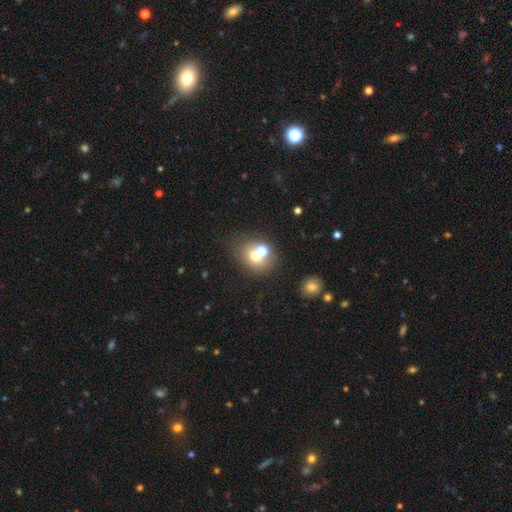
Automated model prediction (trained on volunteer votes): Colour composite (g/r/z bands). It shows a smooth galaxy with no disk features (62%) that is round (71%). Merging: none (47%).